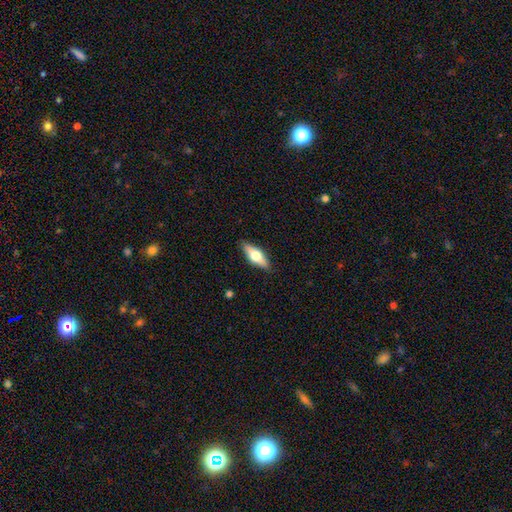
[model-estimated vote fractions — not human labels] smooth-or-featured: smooth: 51% | featured or disk: 43% | star or artifact: 6%
  how-rounded: in between: 64% | cigar-shaped: 33% | round: 3%
  merging: none: 88% | minor disturbance: 9% | major disturbance: 2% | merger: 1%